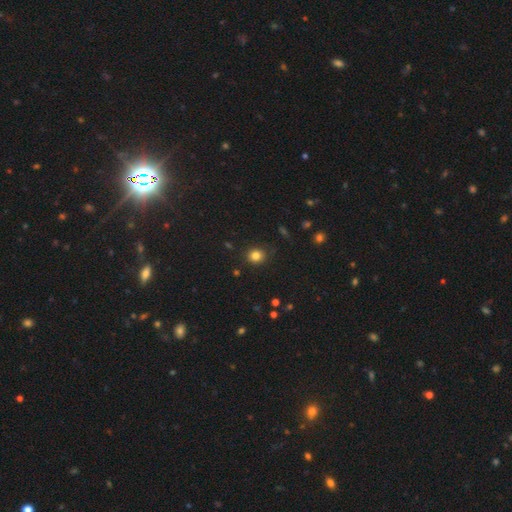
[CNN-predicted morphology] smooth 82%, star or artifact 13%, featured or disk 6%. Down the decision tree: how rounded — round (80%); merging — none (87%).